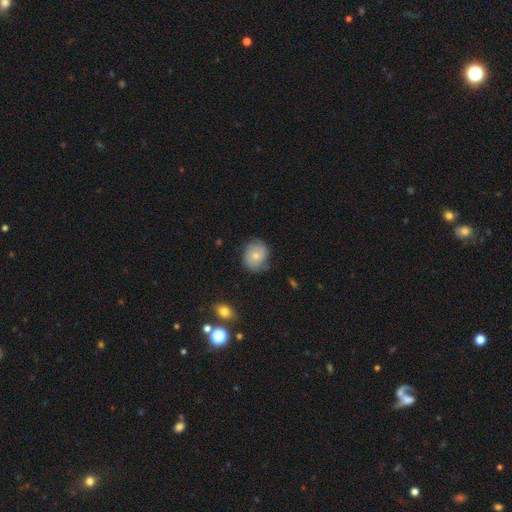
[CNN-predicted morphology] Smooth or featured? smooth (60%)
How rounded? round (68%)
Merging? none (71%)